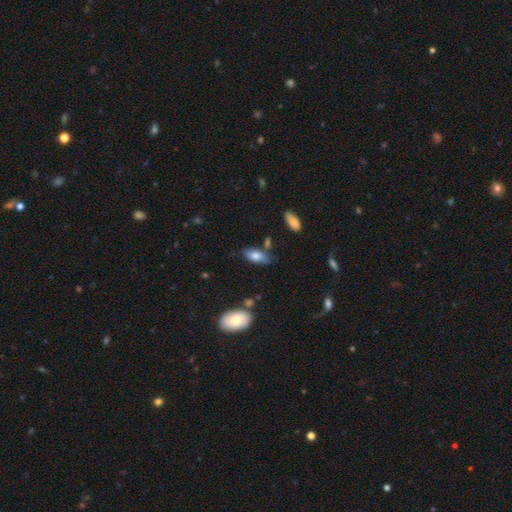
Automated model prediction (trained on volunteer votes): smooth_or_featured: smooth (p=0.75) [alt: featured or disk p=0.18]
how_rounded: in between (p=0.85) [alt: cigar-shaped p=0.12]
merging: none (p=0.70) [alt: minor disturbance p=0.20]